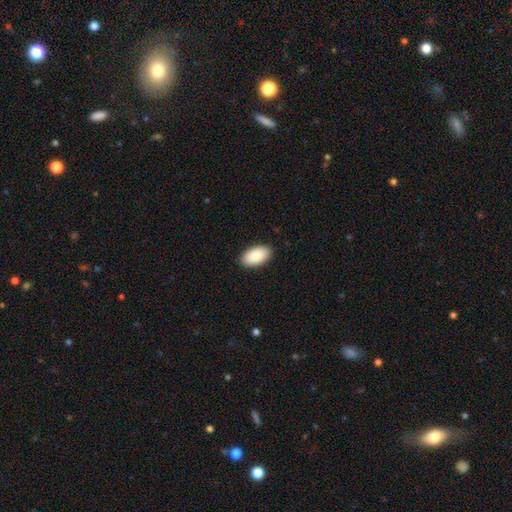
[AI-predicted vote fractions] This appears to be a smooth galaxy with no disk features (90%) that is in between round and cigar-shaped (96%). Merging: none (90%).